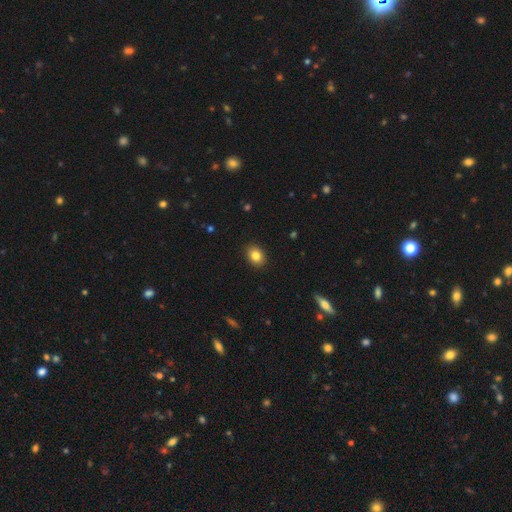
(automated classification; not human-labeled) Q: Smooth or featured?
A: smooth (84%); runner-up: star or artifact (10%)
Q: How rounded?
A: in between (59%); runner-up: round (40%)
Q: Merging?
A: none (90%); runner-up: minor disturbance (7%)